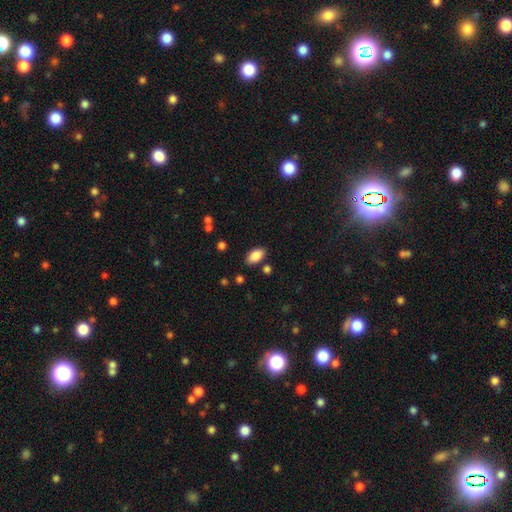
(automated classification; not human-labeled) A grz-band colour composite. It shows a smooth galaxy with no disk features (87%) that is in between round and cigar-shaped (93%). Merging: none (83%).